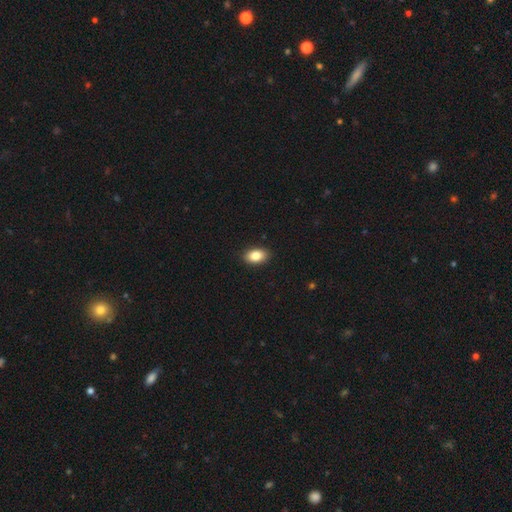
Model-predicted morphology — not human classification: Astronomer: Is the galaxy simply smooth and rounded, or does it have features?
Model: smooth — 85%.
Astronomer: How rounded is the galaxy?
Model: in between — 89%.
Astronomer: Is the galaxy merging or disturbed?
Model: none — 90%.